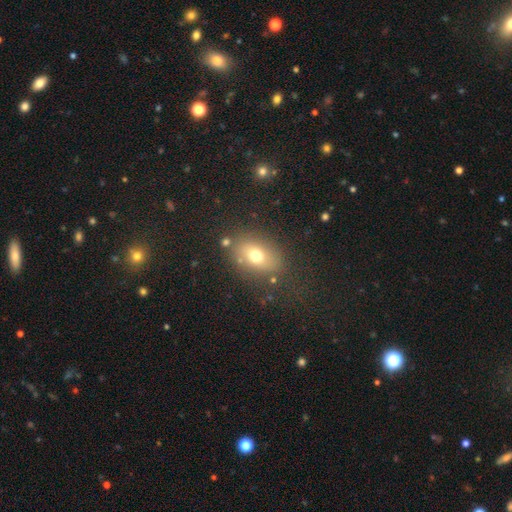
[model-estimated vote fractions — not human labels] A smooth galaxy with no disk features (71%) that is in between round and cigar-shaped (73%).

Vote fractions:
- Smooth or featured? smooth: 71% / featured or disk: 17% / star or artifact: 13%
- How rounded? in between: 73% / round: 26% / cigar-shaped: 2%
- Merging? none: 76% / minor disturbance: 13% / major disturbance: 6% / merger: 5%